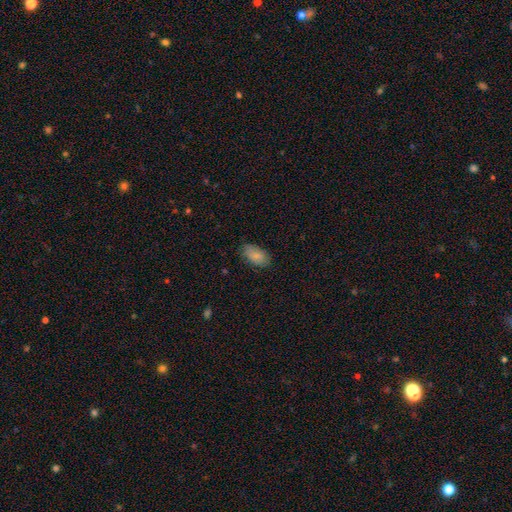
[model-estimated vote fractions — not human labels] Q: Smooth or featured?
A: smooth (86%); runner-up: featured or disk (8%)
Q: How rounded?
A: in between (94%); runner-up: round (4%)
Q: Merging?
A: none (80%); runner-up: minor disturbance (16%)